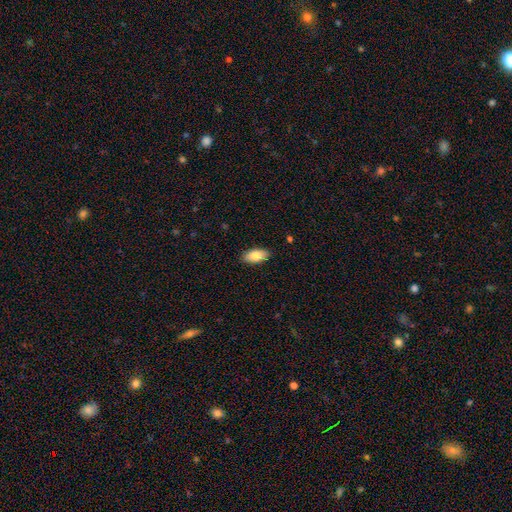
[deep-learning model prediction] A smooth galaxy with no disk features (84%) that is in between round and cigar-shaped (91%). Merging: none (89%).